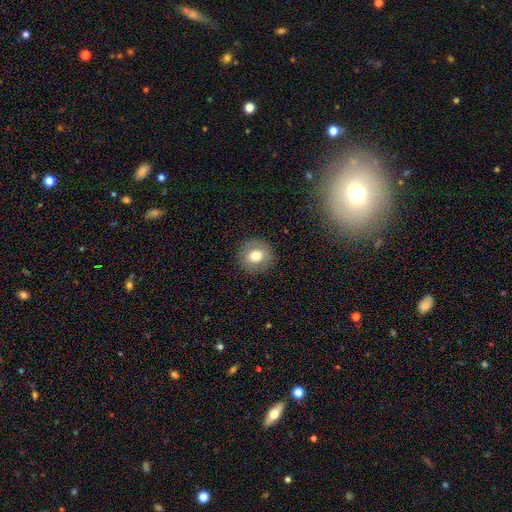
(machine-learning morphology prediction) The model was most divided on "smooth or featured": smooth: 70%, featured or disk: 21%, star or artifact: 9%. More confident: how rounded — round (88%); merging — none (88%).